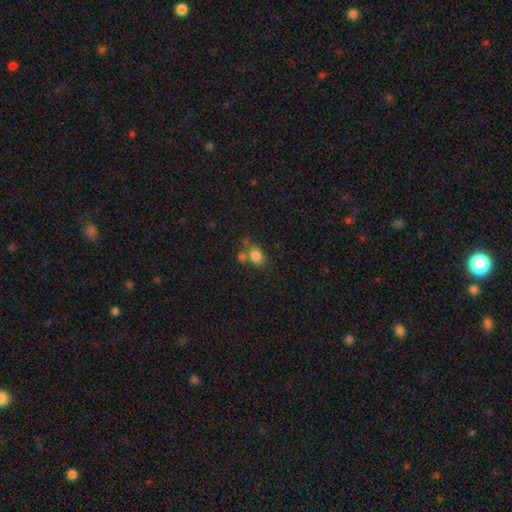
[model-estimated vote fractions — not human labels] A smooth galaxy with no disk features (82%) that is in between round and cigar-shaped (61%).

Vote fractions:
- Smooth or featured? smooth: 82% / star or artifact: 10% / featured or disk: 8%
- How rounded? in between: 61% / round: 38% / cigar-shaped: 1%
- Merging? none: 54% / merger: 26% / minor disturbance: 14% / major disturbance: 6%